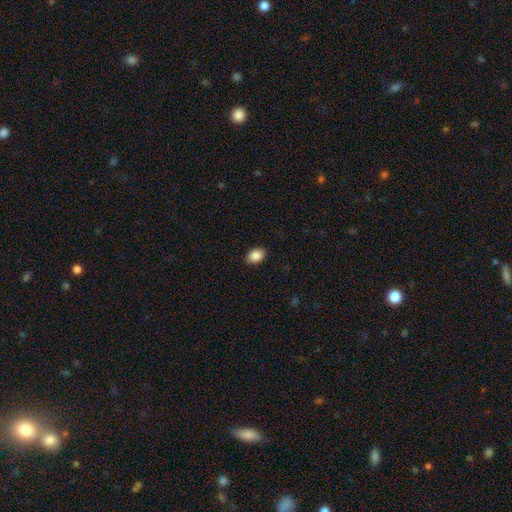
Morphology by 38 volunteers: This is clearly a smooth galaxy (87%). How rounded: clearly in between (82%). Merging: clearly none (94%).